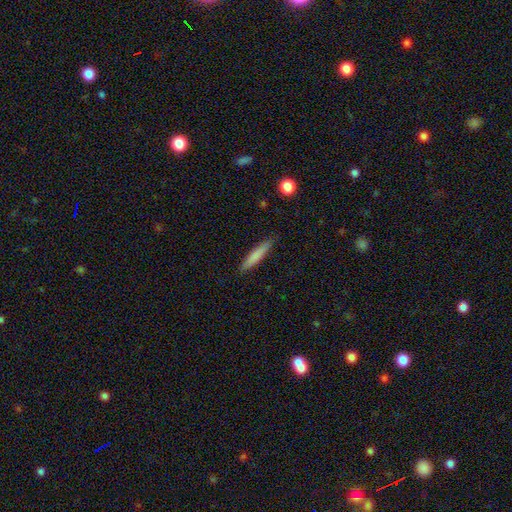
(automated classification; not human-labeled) smooth_or_featured: smooth (p=0.77) [alt: featured or disk p=0.17]
how_rounded: cigar-shaped (p=0.91) [alt: in between p=0.08]
merging: none (p=0.89) [alt: minor disturbance p=0.09]